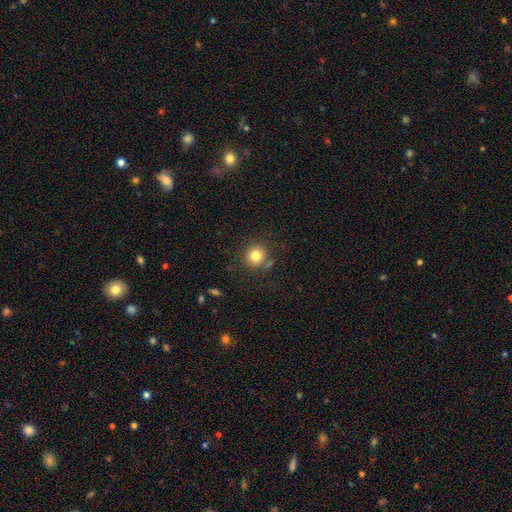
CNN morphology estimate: smooth-or-featured: smooth: 80% | star or artifact: 12% | featured or disk: 7%
  how-rounded: round: 91% | in between: 8% | cigar-shaped: 1%
  merging: none: 81% | minor disturbance: 9% | merger: 6% | major disturbance: 3%